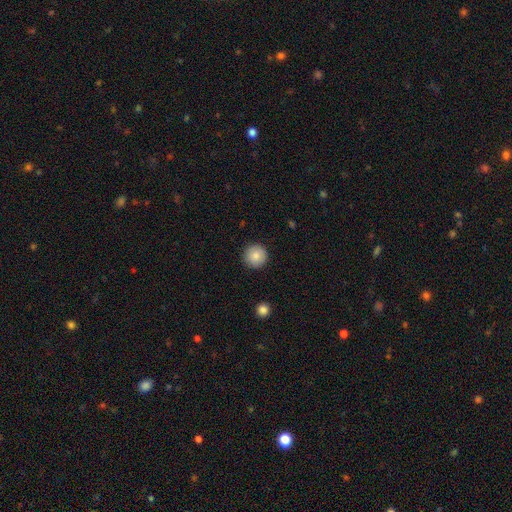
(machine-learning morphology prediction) smooth 85%, star or artifact 8%, featured or disk 7%. Down the decision tree: how rounded — round (96%); merging — none (92%).